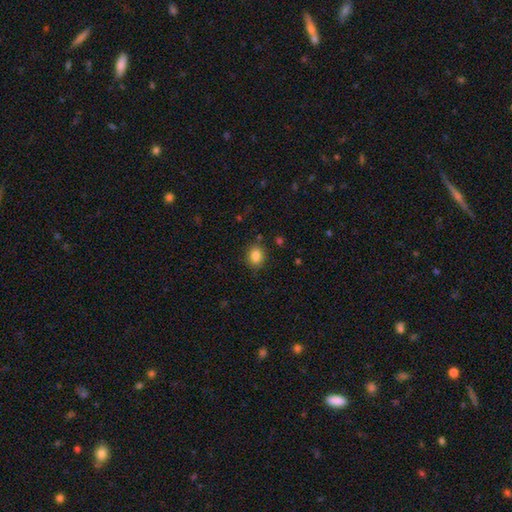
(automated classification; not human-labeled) The model was most divided on "how rounded": round: 57%, in between: 42%, cigar-shaped: 1%. More confident: merging — none (85%); smooth or featured — smooth (84%).